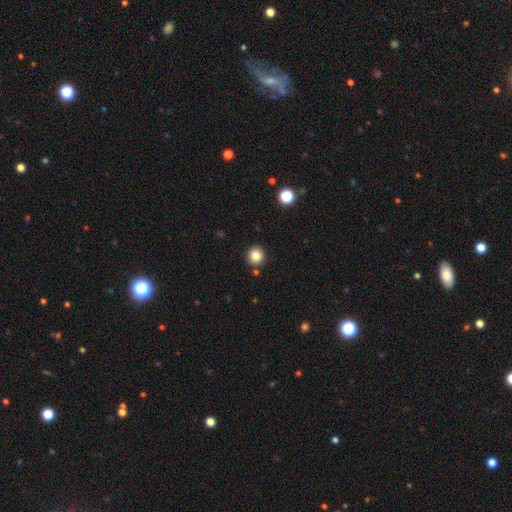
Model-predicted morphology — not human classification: smooth 83%, star or artifact 11%, featured or disk 6%. Down the decision tree: how rounded — round (92%); merging — none (89%).